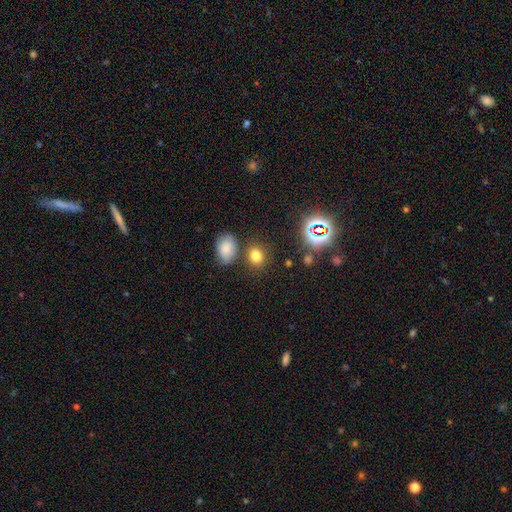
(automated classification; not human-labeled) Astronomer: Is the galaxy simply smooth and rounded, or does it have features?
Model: smooth — 76%.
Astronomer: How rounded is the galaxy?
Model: round — 55% (runner-up: in between, 43%).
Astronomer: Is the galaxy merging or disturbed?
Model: none — 77%.